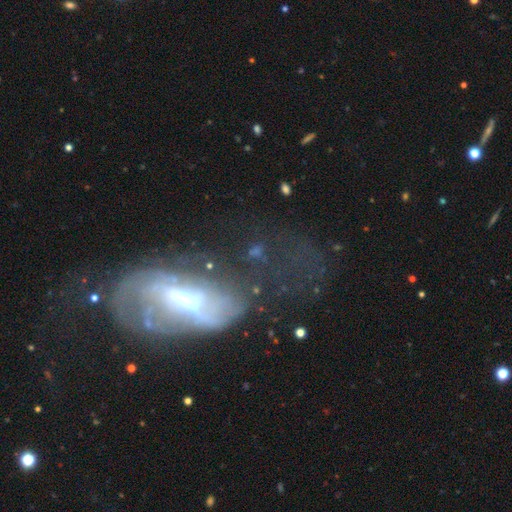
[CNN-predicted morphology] Smooth or featured? Predicted: featured or disk (p=0.68). Edge-on disk? Predicted: no (p=0.90). Bar? Predicted: weak (p=0.40). Spiral arms? Predicted: yes (p=0.54). Bulge size? Predicted: moderate (p=0.52). Merging? Predicted: major disturbance (p=0.47).